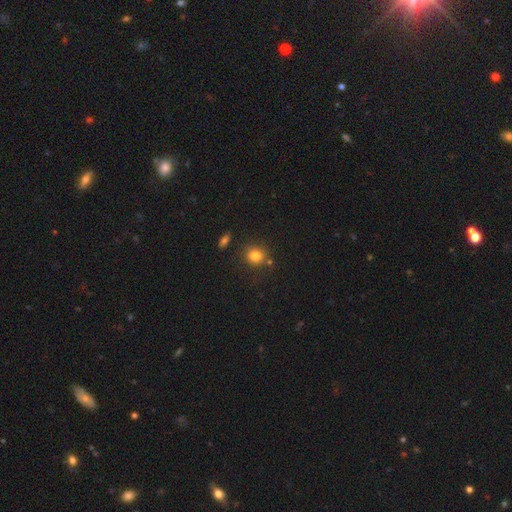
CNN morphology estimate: Q: Smooth or featured?
A: smooth (81%); runner-up: star or artifact (12%)
Q: How rounded?
A: round (79%); runner-up: in between (20%)
Q: Merging?
A: none (75%); runner-up: minor disturbance (13%)